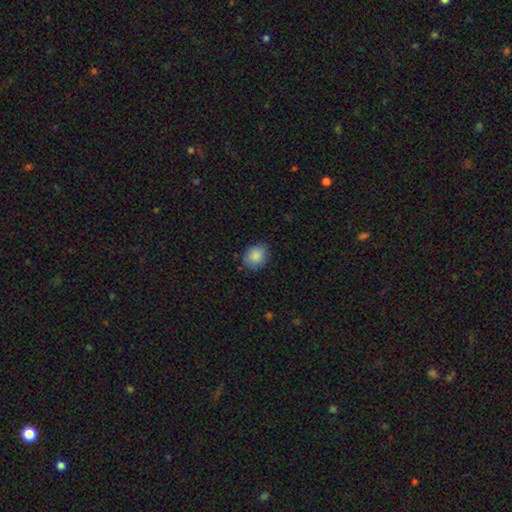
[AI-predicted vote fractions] A smooth galaxy with no disk features (87%) that is round (57%).

Vote fractions:
- Smooth or featured? smooth: 87% / star or artifact: 8% / featured or disk: 5%
- How rounded? round: 57% / in between: 42% / cigar-shaped: 1%
- Merging? none: 81% / minor disturbance: 15% / major disturbance: 3% / merger: 1%